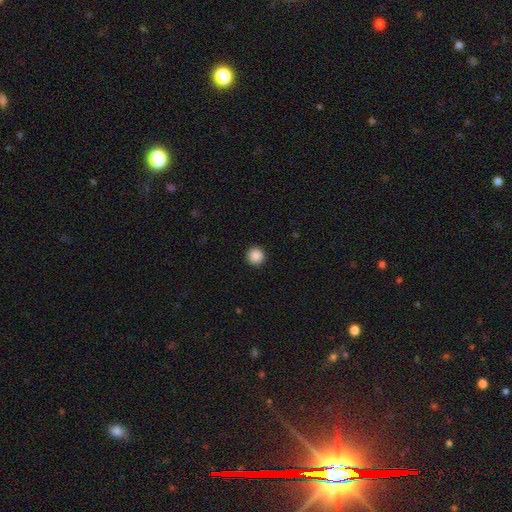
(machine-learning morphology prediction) smooth_or_featured: smooth (p=0.89) [alt: star or artifact p=0.09]
how_rounded: round (p=0.96) [alt: in between p=0.03]
merging: none (p=0.93) [alt: minor disturbance p=0.04]